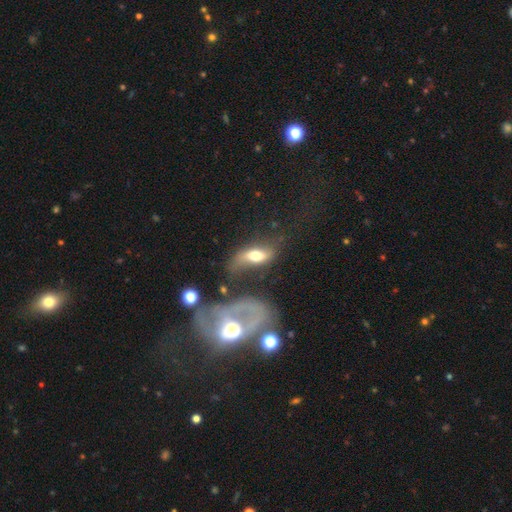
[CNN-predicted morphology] Overall: smooth (51%; featured or disk 40%). How rounded: in between (79%). Merging: none (42%; minor disturbance 21%).